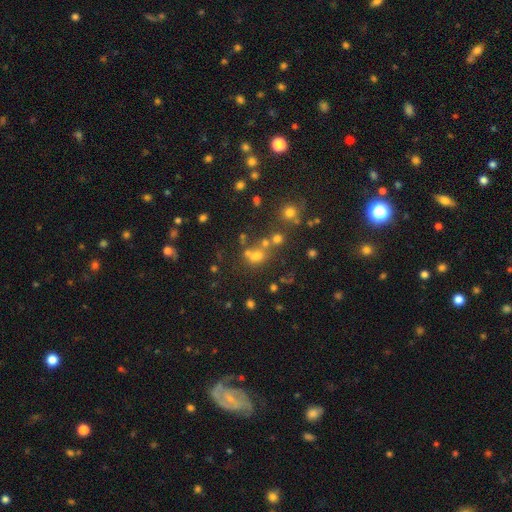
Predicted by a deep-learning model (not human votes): Smooth or featured: smooth — 53% (star or artifact — 33%)
How rounded: round — 67% (in between — 31%)
Merging: none — 49% (merger — 33%)